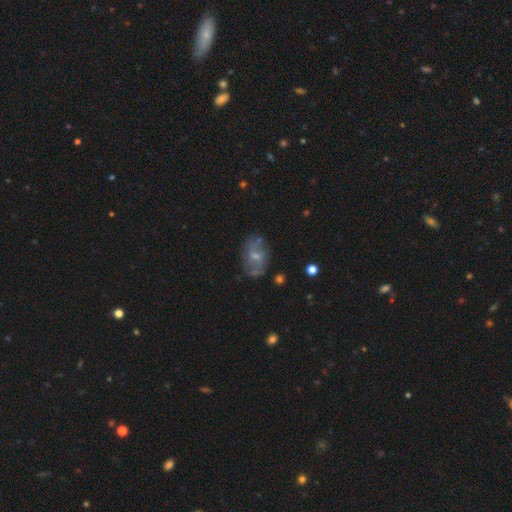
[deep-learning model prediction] The model was most divided on "smooth or featured": featured or disk: 50%, smooth: 40%, star or artifact: 9%. More confident: edge-on disk — no (95%); merging — none (60%).